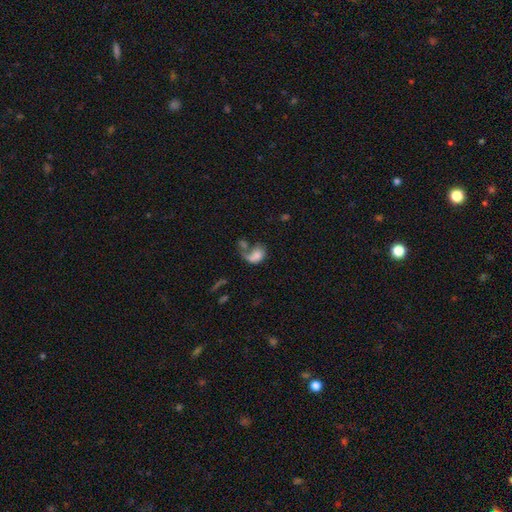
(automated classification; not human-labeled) Morphology: type=smooth (63%); roundness=in between (69%); merging=merger (37%).